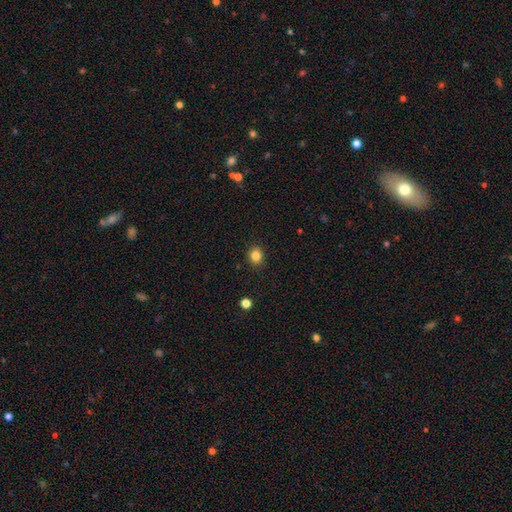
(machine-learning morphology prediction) This is clearly a smooth galaxy (84%). How rounded: likely round (67%). Merging: clearly none (90%).